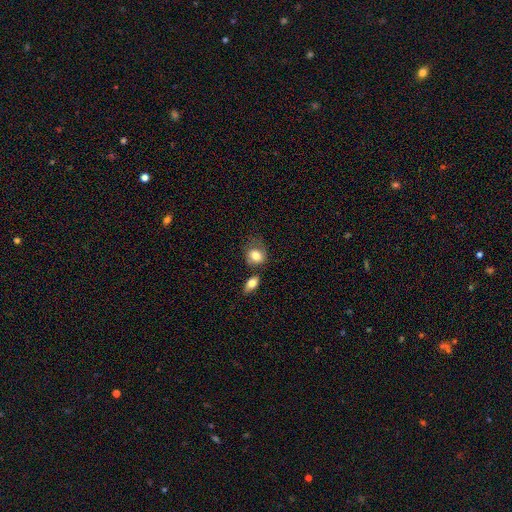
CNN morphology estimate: This appears to be a smooth galaxy with no disk features (78%) that is round (54%). Merging: none (45%).